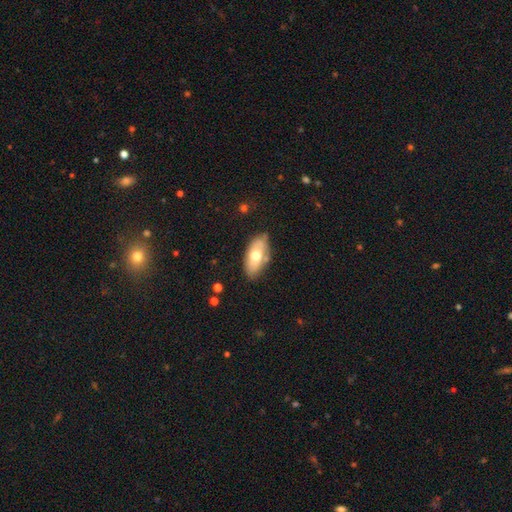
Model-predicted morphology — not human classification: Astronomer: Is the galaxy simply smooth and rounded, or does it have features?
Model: smooth — 61%.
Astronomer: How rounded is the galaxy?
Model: in between — 91%.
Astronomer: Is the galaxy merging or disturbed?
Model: none — 70%.